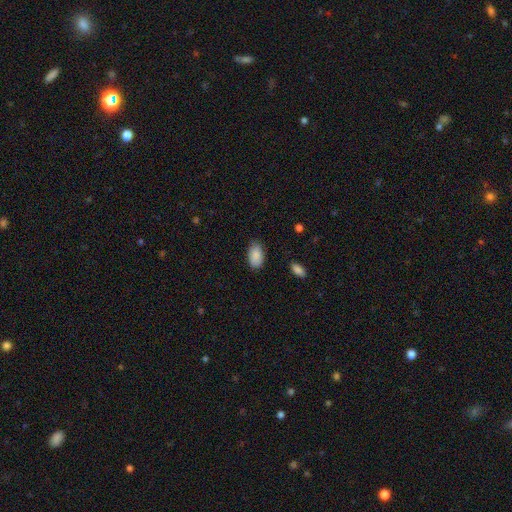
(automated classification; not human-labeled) This appears to be a smooth galaxy with no disk features (89%) that is in between round and cigar-shaped (94%). Merging: none (82%).